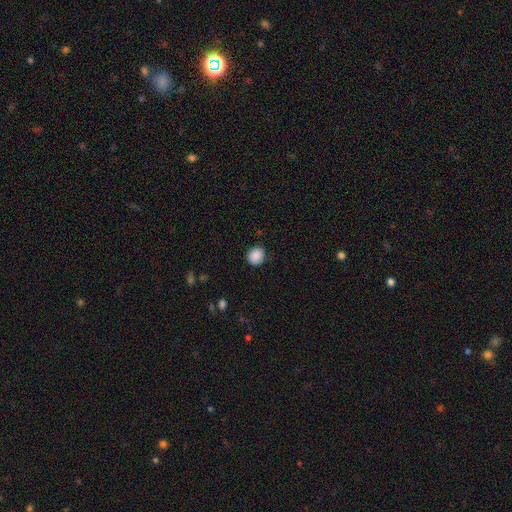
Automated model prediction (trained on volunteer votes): A smooth galaxy with no disk features (89%) that is round (76%). Merging: none (88%).